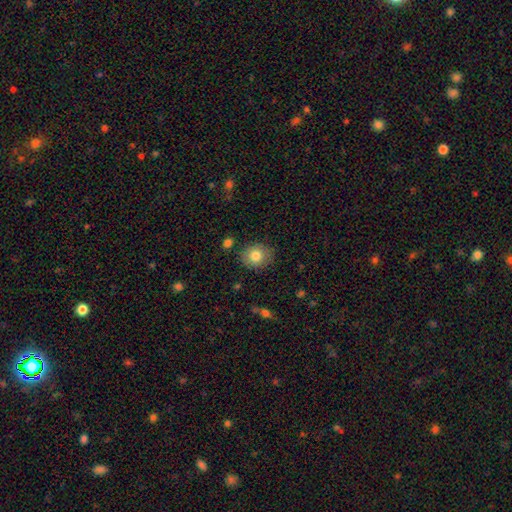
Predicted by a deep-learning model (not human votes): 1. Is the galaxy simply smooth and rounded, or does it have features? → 81% smooth, 10% featured or disk, 9% star or artifact.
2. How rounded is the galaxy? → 68% round, 31% in between, 1% cigar-shaped.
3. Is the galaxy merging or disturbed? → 84% none, 11% minor disturbance, 3% major disturbance, 2% merger.